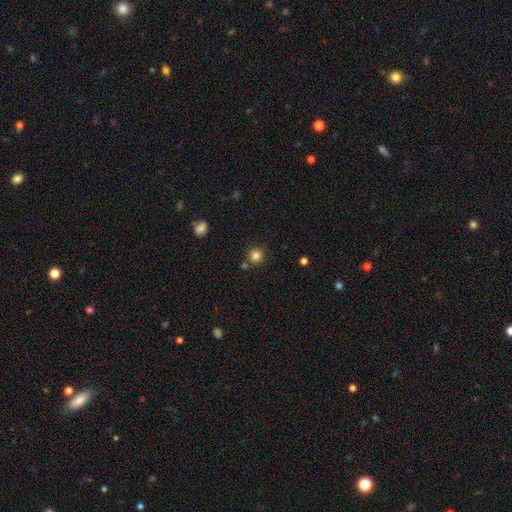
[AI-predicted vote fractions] Morphology: type=smooth (83%); roundness=round (93%); merging=none (81%).